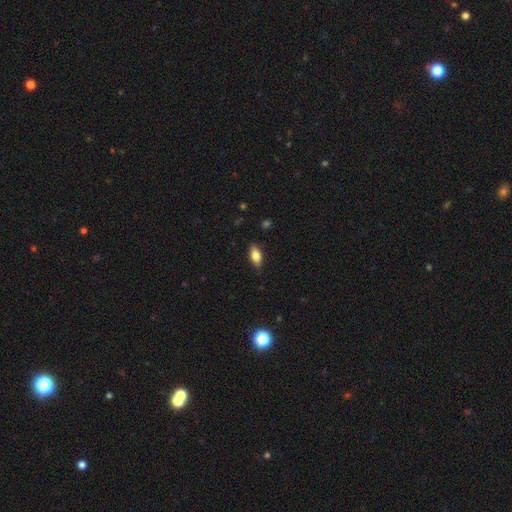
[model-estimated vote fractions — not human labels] smooth-or-featured: smooth: 74% | featured or disk: 18% | star or artifact: 7%
  how-rounded: in between: 83% | cigar-shaped: 14% | round: 3%
  merging: none: 85% | minor disturbance: 12% | major disturbance: 2% | merger: 1%